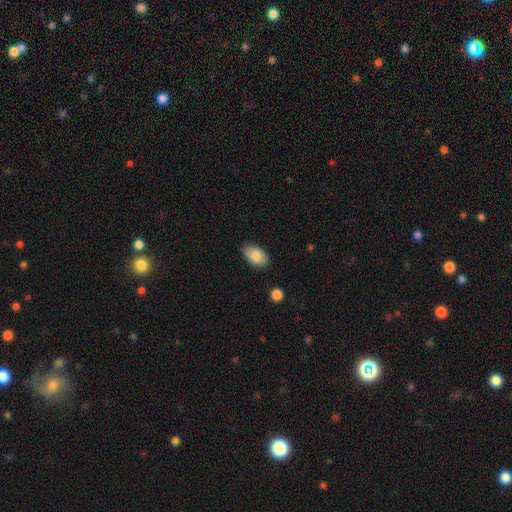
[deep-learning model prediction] smooth 82%, featured or disk 11%, star or artifact 7%. Down the decision tree: how rounded — in between (92%); merging — none (85%).